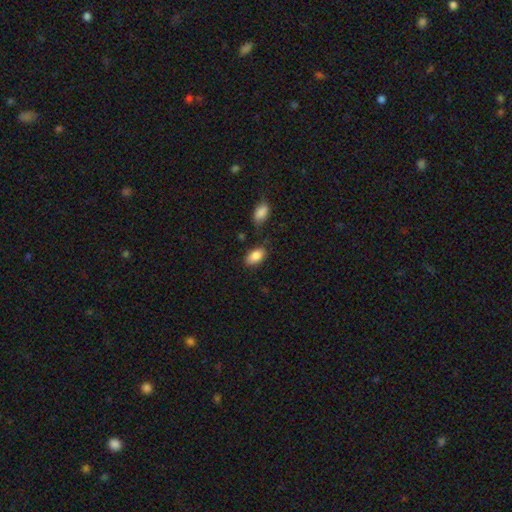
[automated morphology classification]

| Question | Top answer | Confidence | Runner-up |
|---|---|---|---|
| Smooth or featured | smooth | 86% | star or artifact (7%) |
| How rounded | in between | 93% | round (5%) |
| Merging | none | 74% | minor disturbance (16%) |